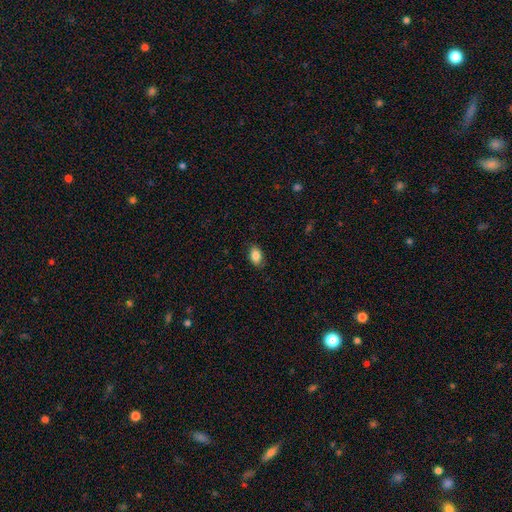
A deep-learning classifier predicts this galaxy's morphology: Smooth or featured?
  - smooth: 86% *
  - star or artifact: 8%
  - featured or disk: 6%
How rounded?
  - in between: 89% *
  - round: 9%
  - cigar-shaped: 2%
Merging?
  - none: 83% *
  - minor disturbance: 13%
  - major disturbance: 3%
  - merger: 1%